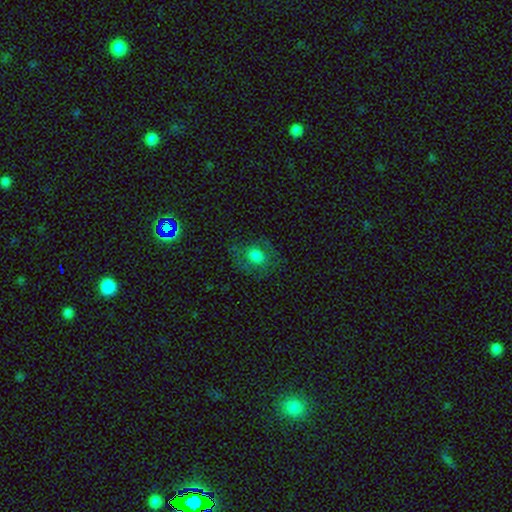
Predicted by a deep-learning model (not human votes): smooth_or_featured: smooth (p=0.67) [alt: featured or disk p=0.21]
how_rounded: round (p=0.66) [alt: in between p=0.33]
merging: none (p=0.74) [alt: minor disturbance p=0.15]